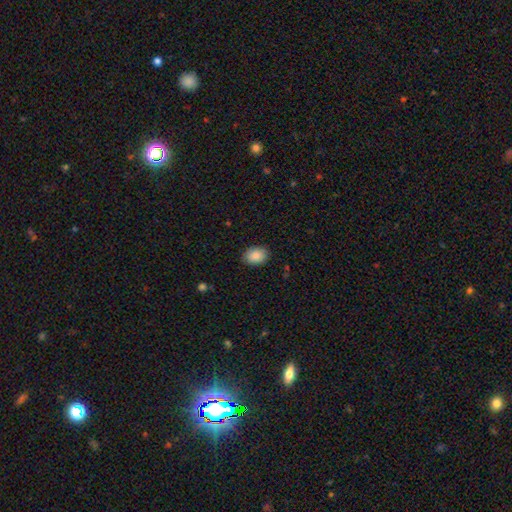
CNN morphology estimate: A smooth galaxy with no disk features (88%) that is in between round and cigar-shaped (75%). Merging: none (88%).